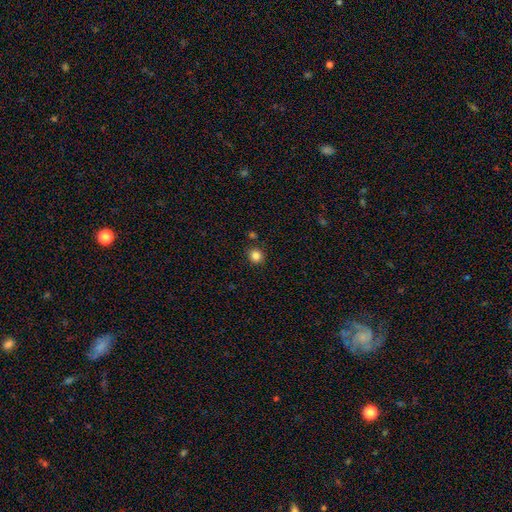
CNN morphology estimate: smooth 84%, star or artifact 12%, featured or disk 4%. Down the decision tree: how rounded — round (87%); merging — none (86%).